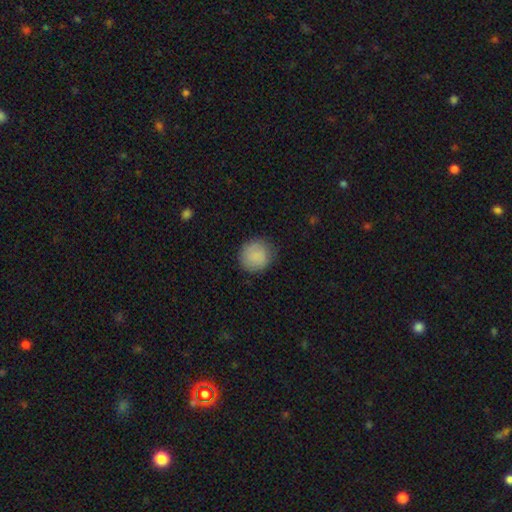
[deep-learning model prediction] smooth_or_featured: smooth (p=0.86) [alt: star or artifact p=0.07]
how_rounded: round (p=0.89) [alt: in between p=0.10]
merging: none (p=0.81) [alt: minor disturbance p=0.14]